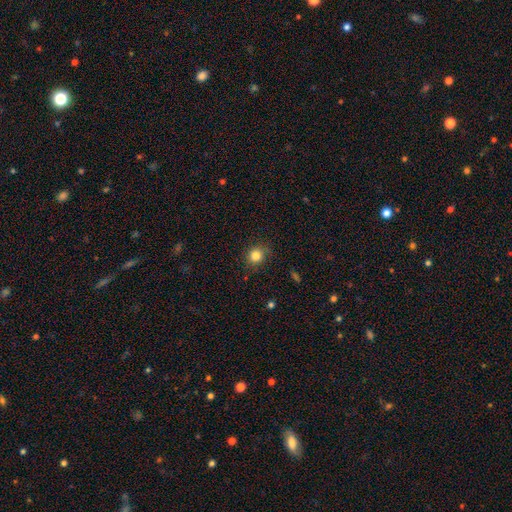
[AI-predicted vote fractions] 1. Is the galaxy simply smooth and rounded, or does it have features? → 83% smooth, 11% star or artifact, 6% featured or disk.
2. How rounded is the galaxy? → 84% round, 16% in between, 1% cigar-shaped.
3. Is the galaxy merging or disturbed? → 82% none, 13% minor disturbance, 3% major disturbance, 1% merger.